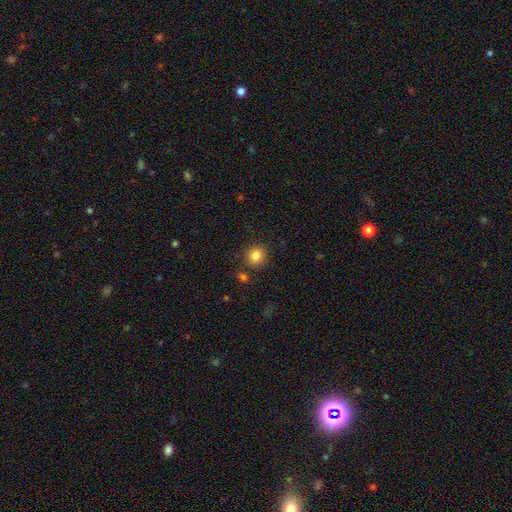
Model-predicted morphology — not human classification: This appears to be a smooth galaxy with no disk features (84%) that is round (92%). Merging: none (86%).